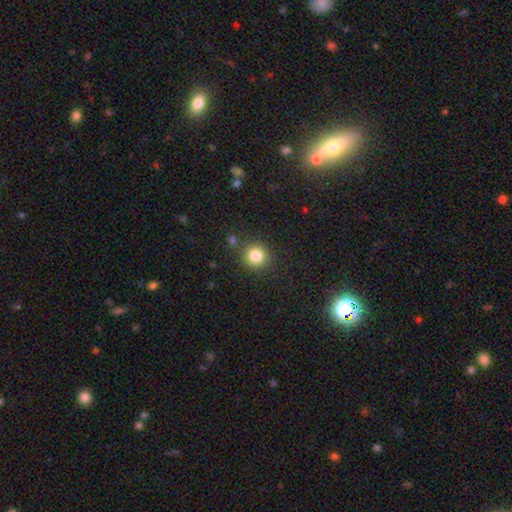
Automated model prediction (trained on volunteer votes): Overall: smooth (84%). How rounded: round (91%). Merging: none (85%).